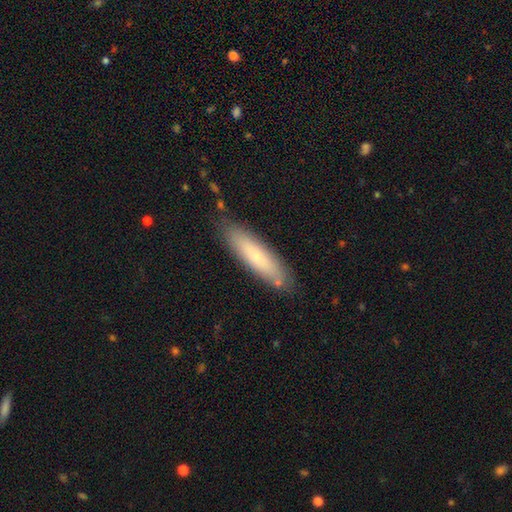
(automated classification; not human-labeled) smooth 70%, featured or disk 23%, star or artifact 7%. Down the decision tree: how rounded — cigar-shaped (74%); merging — none (83%).